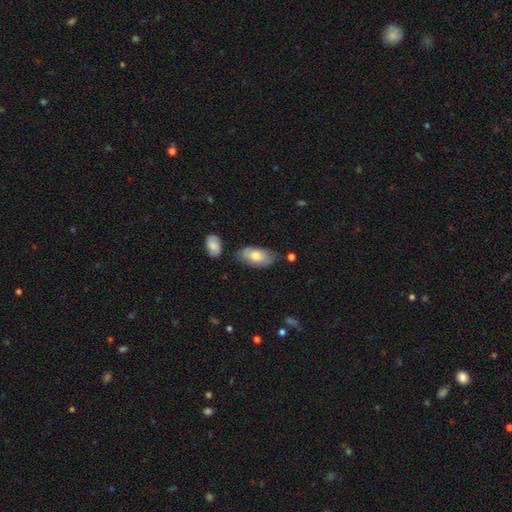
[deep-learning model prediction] smooth-or-featured: smooth: 69% | featured or disk: 26% | star or artifact: 6%
  how-rounded: in between: 93% | cigar-shaped: 4% | round: 3%
  merging: none: 70% | minor disturbance: 21% | merger: 5% | major disturbance: 4%